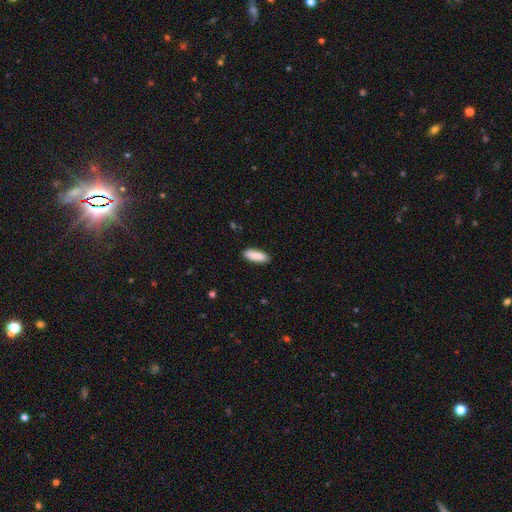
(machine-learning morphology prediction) This is clearly a smooth galaxy (89%). How rounded: likely in between (61%). Merging: clearly none (87%).